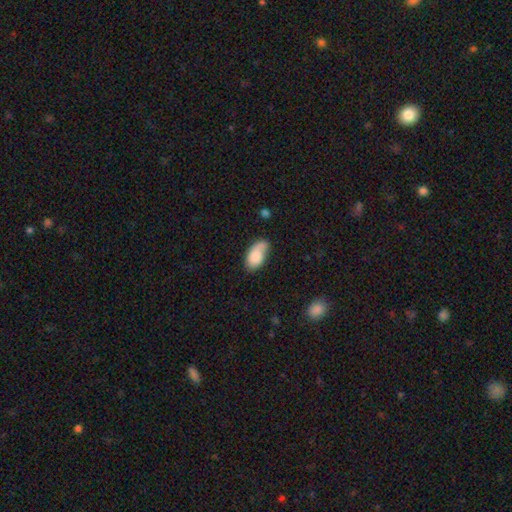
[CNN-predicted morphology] A smooth galaxy with no disk features (76%) that is in between round and cigar-shaped (94%). Merging: none (51%).